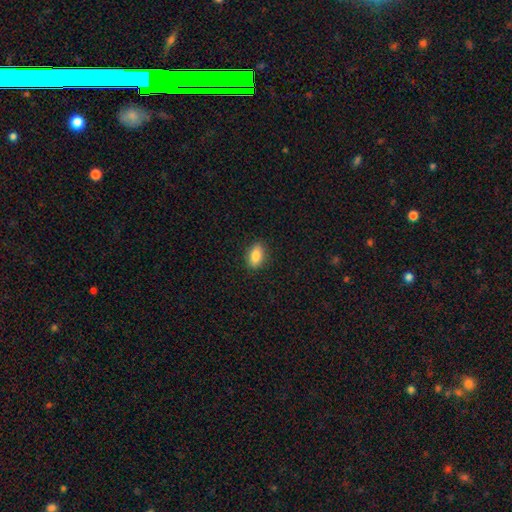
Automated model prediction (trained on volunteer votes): This is clearly a smooth galaxy (84%). How rounded: clearly in between (87%). Merging: clearly none (88%).